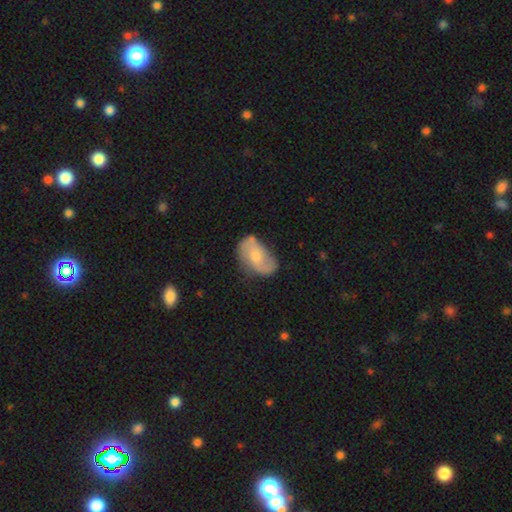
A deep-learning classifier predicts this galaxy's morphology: smooth-or-featured: featured or disk: 57% | smooth: 37% | star or artifact: 6%
  disk-edge-on: no: 96% | yes: 4%
    bar: no: 57% | weak: 36% | strong: 7%
    has-spiral-arms: yes: 82% | no: 18%
    bulge-size: moderate: 52% | small: 36% | large: 5% | none: 5% | dominant: 1%
  merging: none: 64% | minor disturbance: 26% | major disturbance: 8% | merger: 3%